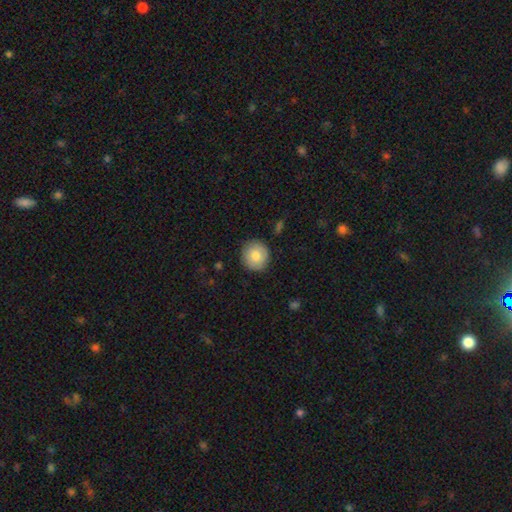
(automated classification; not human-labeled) smooth-or-featured: smooth: 80% | featured or disk: 12% | star or artifact: 7%
  how-rounded: round: 90% | in between: 9% | cigar-shaped: 1%
  merging: none: 88% | minor disturbance: 9% | major disturbance: 2% | merger: 1%